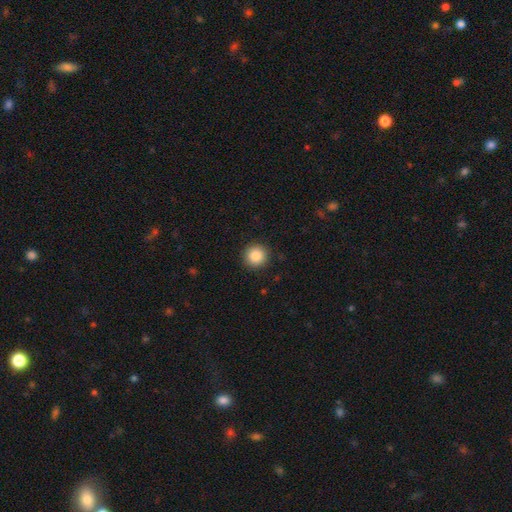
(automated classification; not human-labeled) smooth 86%, star or artifact 9%, featured or disk 5%. Down the decision tree: how rounded — round (95%); merging — none (92%).